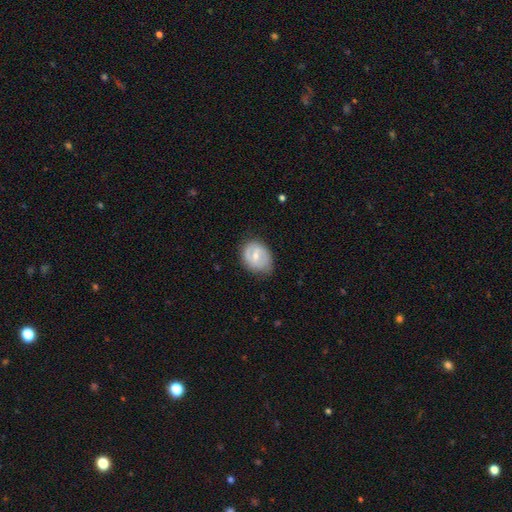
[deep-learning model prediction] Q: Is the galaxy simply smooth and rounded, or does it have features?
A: featured or disk — 53%.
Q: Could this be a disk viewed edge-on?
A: no — 96%.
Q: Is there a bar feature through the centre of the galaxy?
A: weak — 52%.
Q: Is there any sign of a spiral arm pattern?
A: yes — 56%.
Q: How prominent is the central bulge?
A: moderate — 54%.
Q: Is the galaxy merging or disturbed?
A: none — 70%.